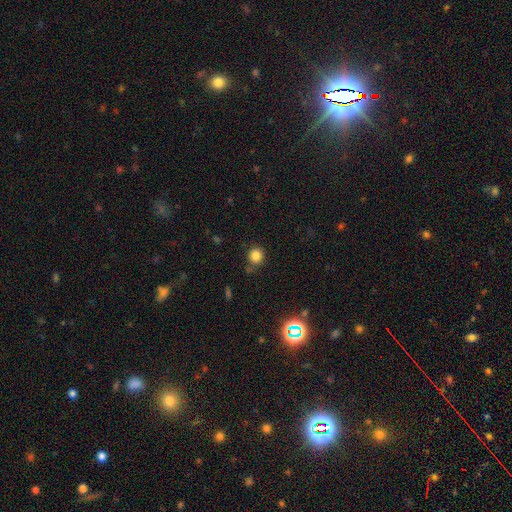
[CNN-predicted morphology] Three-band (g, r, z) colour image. It shows a smooth galaxy with no disk features (82%) that is round (90%). Merging: none (77%).